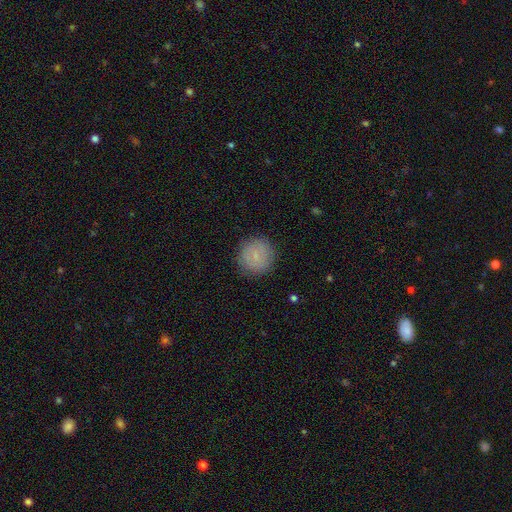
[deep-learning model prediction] This is likely a smooth galaxy (76%). How rounded: clearly round (93%). Merging: clearly none (87%).